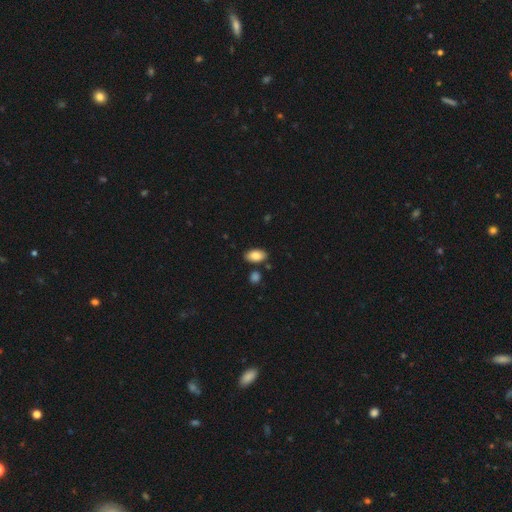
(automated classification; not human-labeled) smooth-or-featured: smooth: 86% | star or artifact: 7% | featured or disk: 6%
  how-rounded: in between: 93% | round: 5% | cigar-shaped: 2%
  merging: none: 82% | minor disturbance: 10% | merger: 5% | major disturbance: 2%